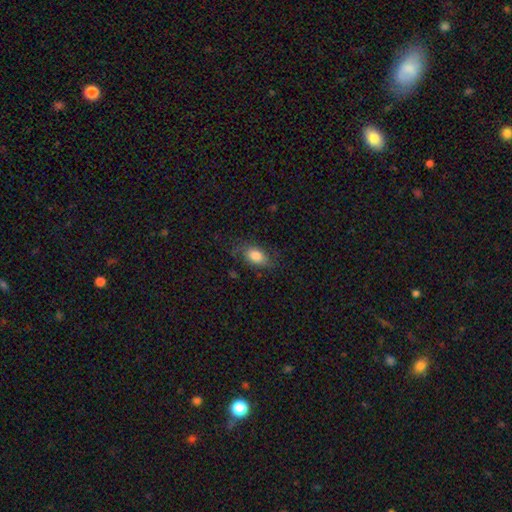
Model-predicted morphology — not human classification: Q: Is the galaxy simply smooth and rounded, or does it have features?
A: smooth — 74%.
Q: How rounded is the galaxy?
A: in between — 86%.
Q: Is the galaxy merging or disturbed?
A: none — 66%.